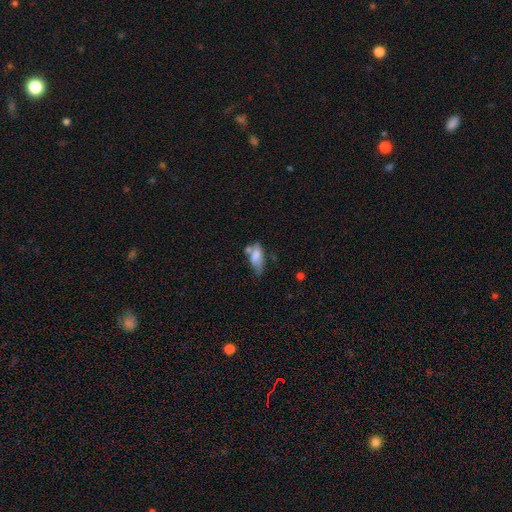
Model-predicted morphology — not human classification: smooth_or_featured: smooth (p=0.71) [alt: featured or disk p=0.20]
how_rounded: in between (p=0.84) [alt: cigar-shaped p=0.12]
merging: none (p=0.31) [alt: minor disturbance p=0.27]